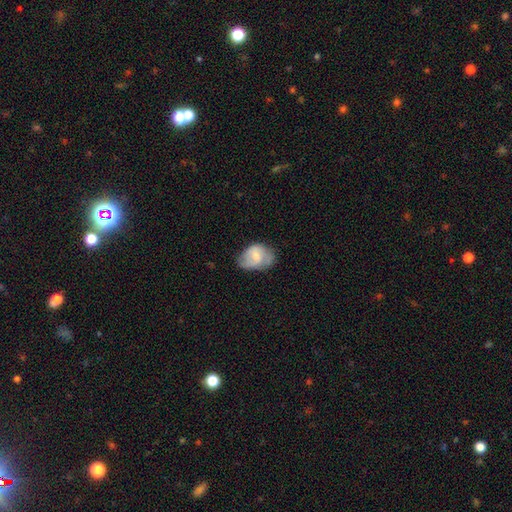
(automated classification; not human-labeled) smooth-or-featured: smooth: 55% | featured or disk: 38% | star or artifact: 7%
  how-rounded: in between: 77% | round: 22% | cigar-shaped: 1%
  merging: none: 47% | minor disturbance: 37% | major disturbance: 14% | merger: 2%